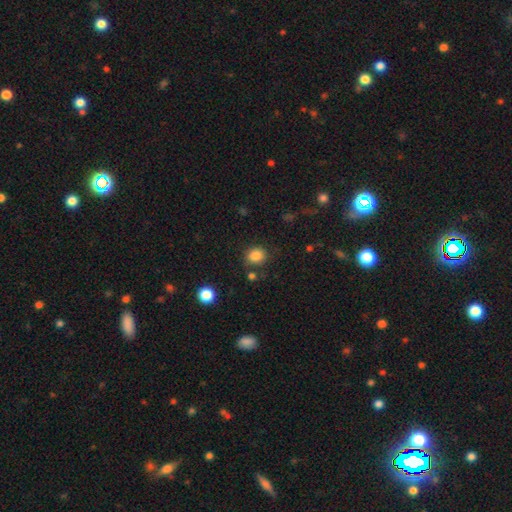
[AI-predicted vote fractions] Smooth or featured? smooth (84%)
How rounded? round (77%)
Merging? none (80%)